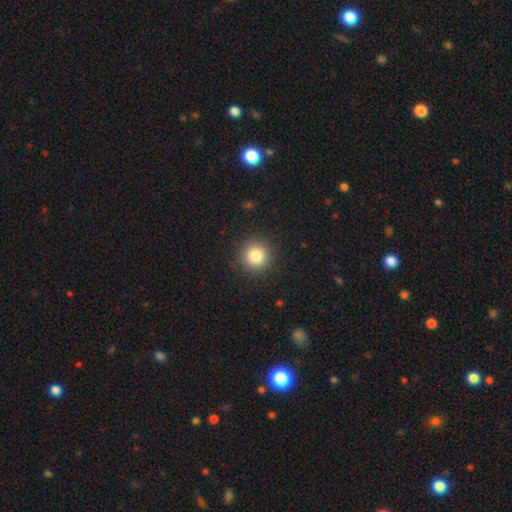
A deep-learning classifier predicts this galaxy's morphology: This is clearly a smooth galaxy (82%). How rounded: clearly round (95%). Merging: clearly none (90%).